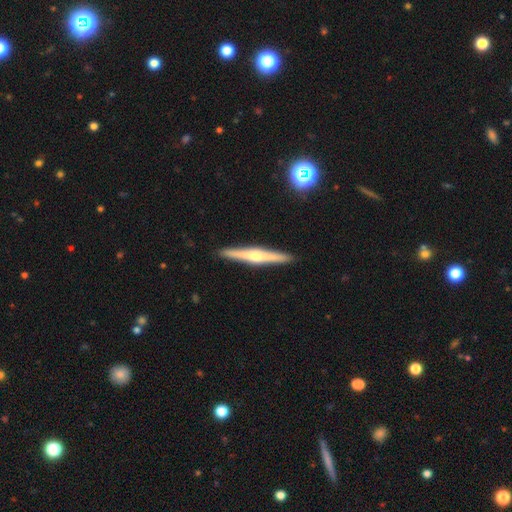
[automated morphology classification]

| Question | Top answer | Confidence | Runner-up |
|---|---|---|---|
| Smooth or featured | featured or disk | 72% | smooth (22%) |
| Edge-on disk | yes | 98% | no (2%) |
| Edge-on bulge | rounded | 87% | none (8%) |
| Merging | none | 92% | minor disturbance (5%) |